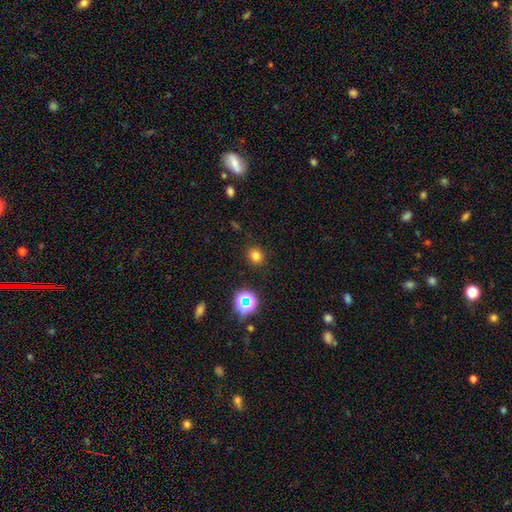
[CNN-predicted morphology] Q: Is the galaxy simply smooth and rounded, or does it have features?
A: smooth — 76%.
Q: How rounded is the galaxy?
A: round — 80%.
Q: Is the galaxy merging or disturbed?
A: none — 89%.